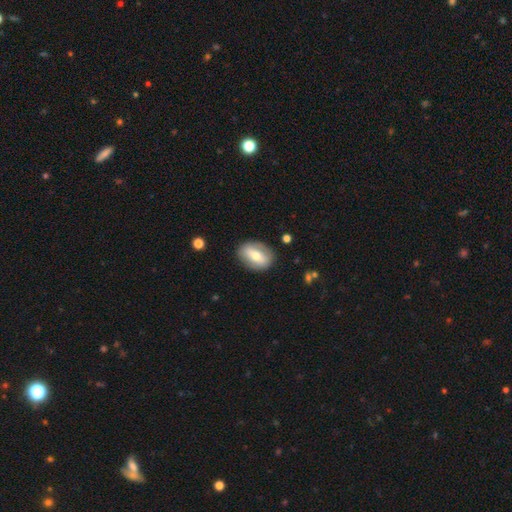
This appears to be a featured or disk galaxy (47%) with a strong bar (47%), no spiral arms (88%) and a moderate central bulge (65%). Merging: none (88%).